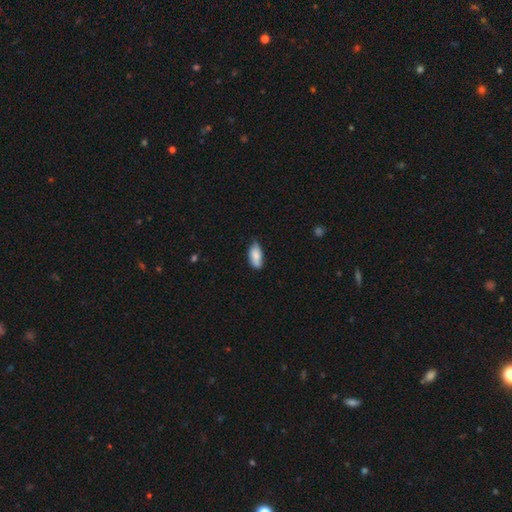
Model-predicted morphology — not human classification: Smooth or featured? smooth (80%)
How rounded? in between (88%)
Merging? none (68%)